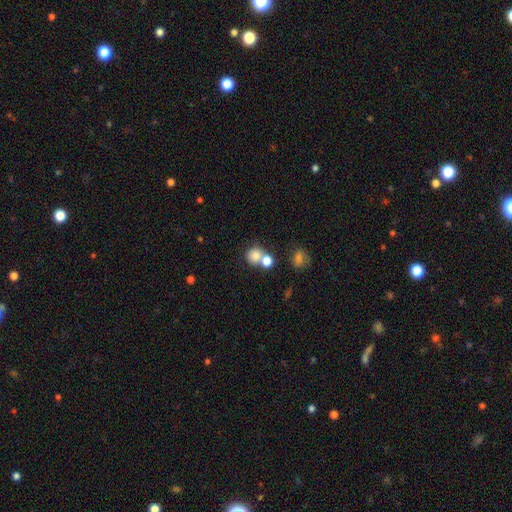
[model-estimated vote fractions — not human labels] Overall: smooth (79%). How rounded: round (82%). Merging: none (45%; merger 42%).